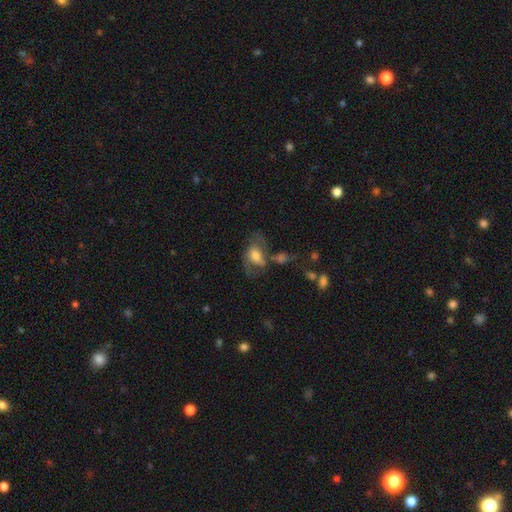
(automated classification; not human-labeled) This appears to be a smooth galaxy with no disk features (46%). Merging: none (38%).